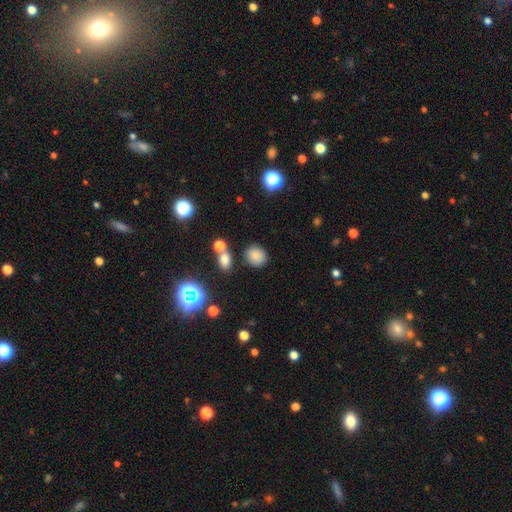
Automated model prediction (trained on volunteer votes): Morphology: type=smooth (81%); roundness=round (68%); merging=none (80%).